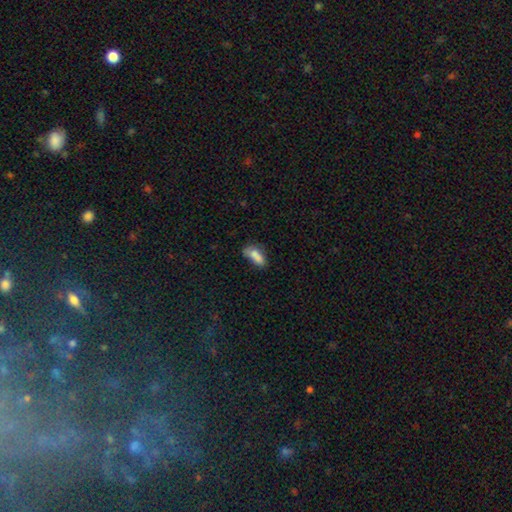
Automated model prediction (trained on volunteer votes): smooth-or-featured: smooth: 78% | featured or disk: 13% | star or artifact: 9%
  how-rounded: in between: 80% | cigar-shaped: 16% | round: 4%
  merging: none: 39% | minor disturbance: 26% | merger: 23% | major disturbance: 11%